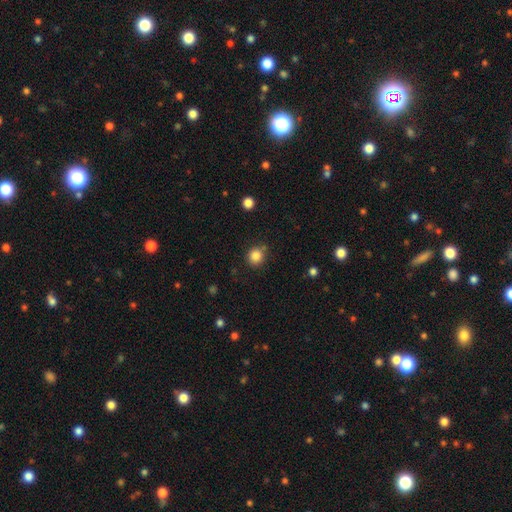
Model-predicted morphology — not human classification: Smooth or featured? smooth (85%)
How rounded? round (90%)
Merging? none (83%)